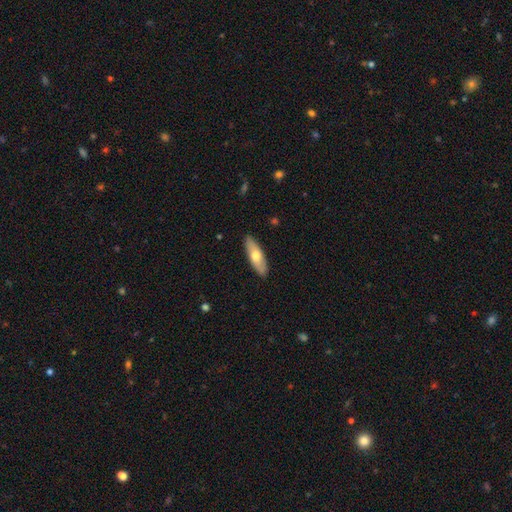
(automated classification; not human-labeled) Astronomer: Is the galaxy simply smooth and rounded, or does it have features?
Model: smooth — 63%.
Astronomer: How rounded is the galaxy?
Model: in between — 56% (runner-up: cigar-shaped, 41%).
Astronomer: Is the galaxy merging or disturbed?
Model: none — 89%.